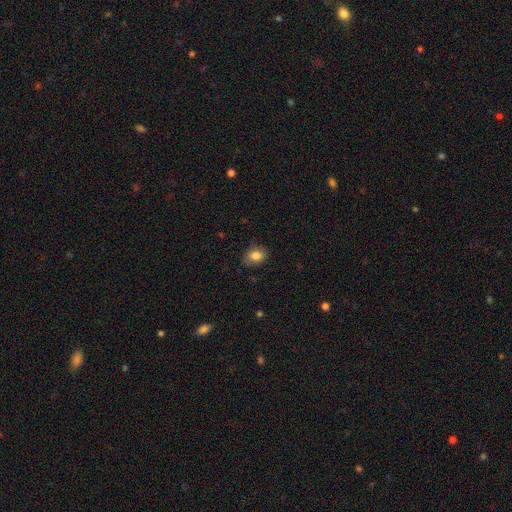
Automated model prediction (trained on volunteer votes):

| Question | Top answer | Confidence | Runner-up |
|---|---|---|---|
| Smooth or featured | smooth | 83% | star or artifact (9%) |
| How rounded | in between | 72% | round (26%) |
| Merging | none | 79% | minor disturbance (16%) |